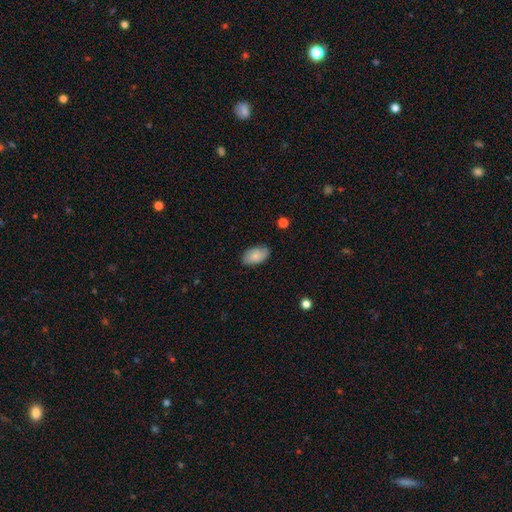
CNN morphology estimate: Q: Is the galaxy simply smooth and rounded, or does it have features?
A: smooth — 74%.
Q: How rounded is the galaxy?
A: in between — 93%.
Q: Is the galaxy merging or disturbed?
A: none — 75%.